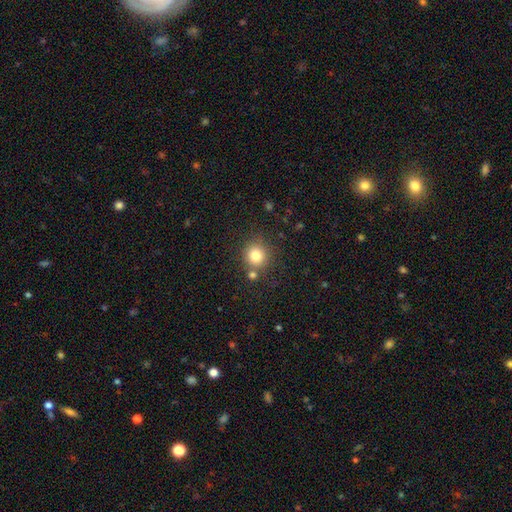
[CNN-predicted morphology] This appears to be a smooth galaxy with no disk features (81%) that is round (90%). Merging: none (75%).